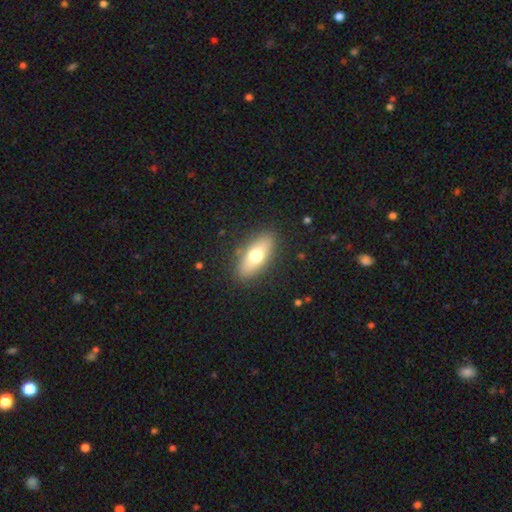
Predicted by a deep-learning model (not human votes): Smooth or featured?
  - smooth: 65% *
  - featured or disk: 28%
  - star or artifact: 7%
How rounded?
  - in between: 74% *
  - cigar-shaped: 21%
  - round: 4%
Merging?
  - none: 87% *
  - minor disturbance: 9%
  - major disturbance: 3%
  - merger: 1%